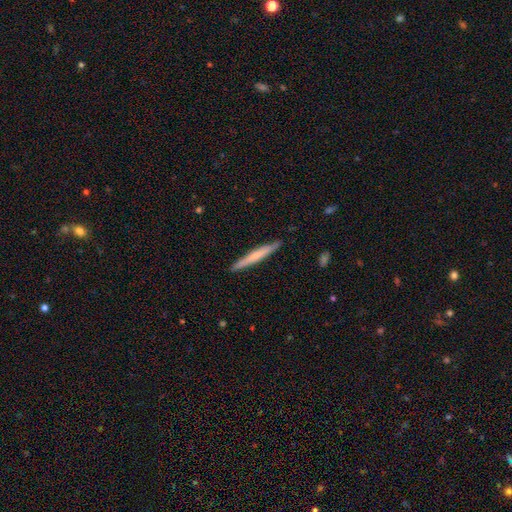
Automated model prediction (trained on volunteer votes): smooth_or_featured: smooth (p=0.57) [alt: featured or disk p=0.37]
how_rounded: cigar-shaped (p=0.96) [alt: in between p=0.02]
merging: none (p=0.90) [alt: minor disturbance p=0.07]